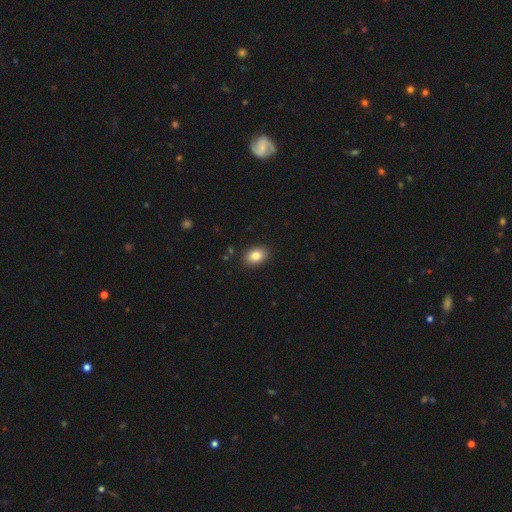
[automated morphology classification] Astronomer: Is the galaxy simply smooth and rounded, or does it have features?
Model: smooth — 85%.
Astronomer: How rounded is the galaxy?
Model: in between — 84%.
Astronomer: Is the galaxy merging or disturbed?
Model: none — 89%.